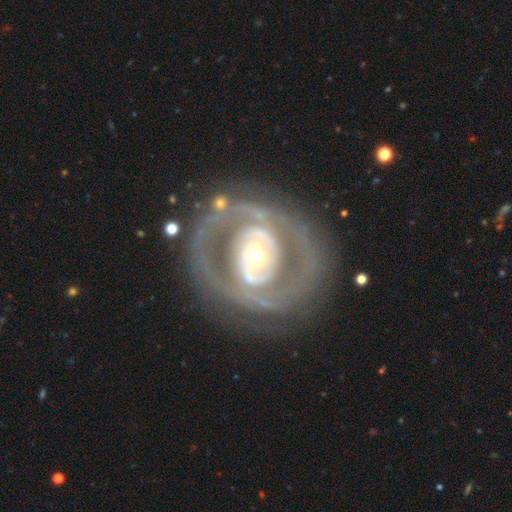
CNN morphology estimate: smooth-or-featured: featured or disk: 80% | smooth: 15% | star or artifact: 5%
  disk-edge-on: no: 95% | yes: 5%
    bar: no: 59% | weak: 23% | strong: 18%
    has-spiral-arms: yes: 56% | no: 44%
    bulge-size: moderate: 59% | small: 22% | large: 16% | dominant: 2% | none: 1%
  merging: none: 74% | minor disturbance: 13% | major disturbance: 11% | merger: 2%